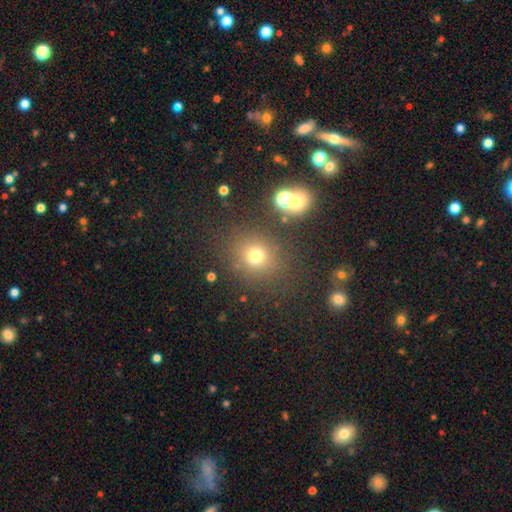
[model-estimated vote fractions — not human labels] A smooth galaxy with no disk features (72%) that is round (79%). Merging: none (80%).